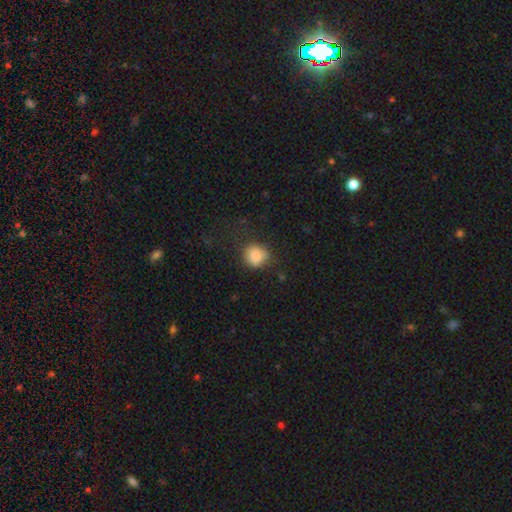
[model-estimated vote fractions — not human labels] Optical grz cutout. It shows a smooth galaxy with no disk features (83%) that is round (84%). Merging: none (70%).